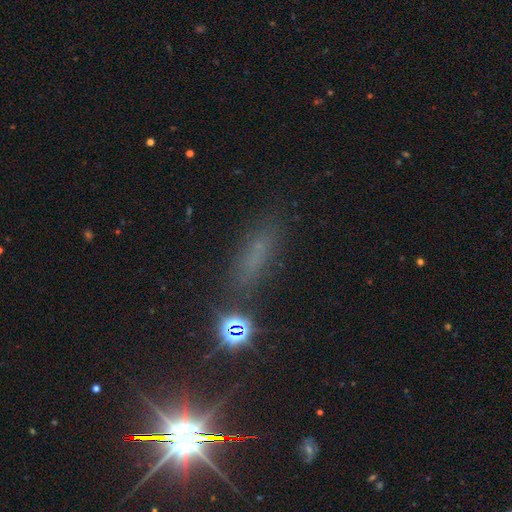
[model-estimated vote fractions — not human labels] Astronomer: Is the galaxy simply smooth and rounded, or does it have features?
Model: smooth — 45% (runner-up: star or artifact, 38%).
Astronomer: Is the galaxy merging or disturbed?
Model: none — 76%.